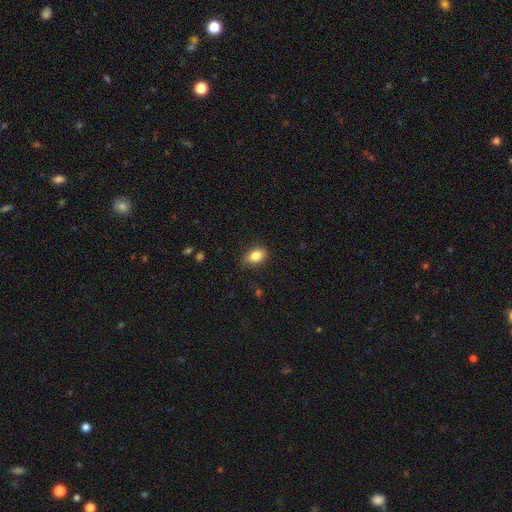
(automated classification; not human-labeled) This is clearly a smooth galaxy (84%). How rounded: clearly in between (80%). Merging: clearly none (80%).